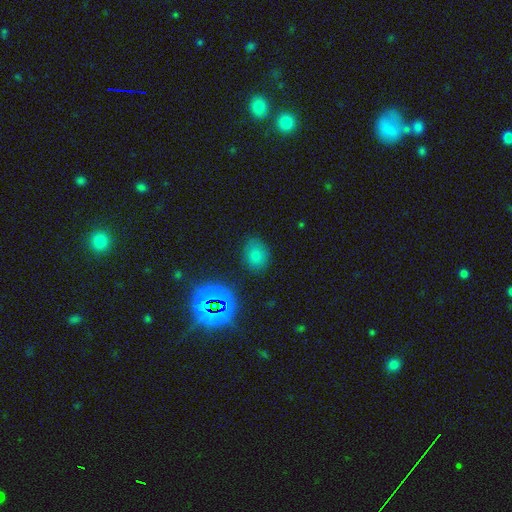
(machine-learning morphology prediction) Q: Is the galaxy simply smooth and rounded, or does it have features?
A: smooth — 62%.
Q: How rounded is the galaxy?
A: in between — 50%.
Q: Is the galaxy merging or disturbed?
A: none — 81%.